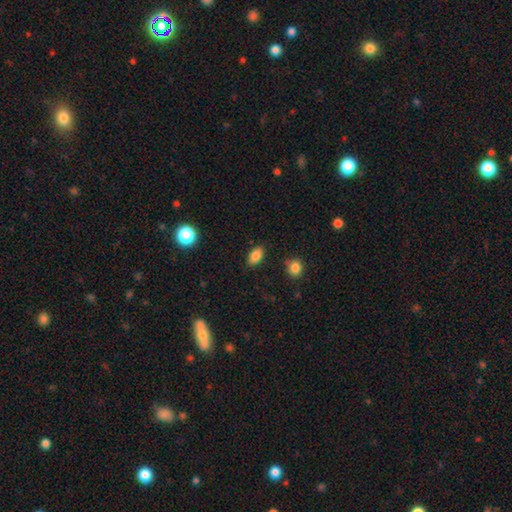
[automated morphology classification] Overall: smooth (86%). How rounded: in between (90%). Merging: none (87%).